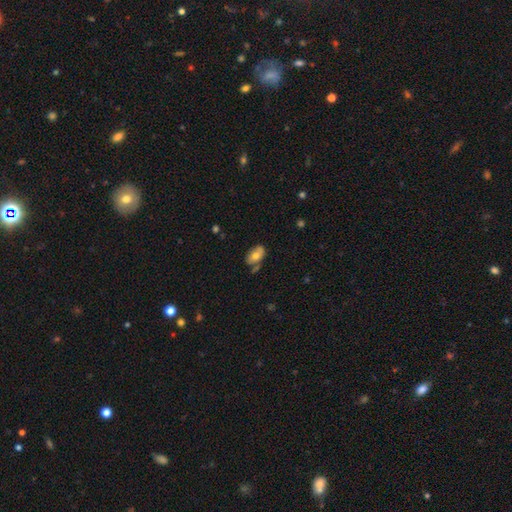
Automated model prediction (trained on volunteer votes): Morphology: type=smooth (63%); roundness=in between (91%); merging=none (60%).